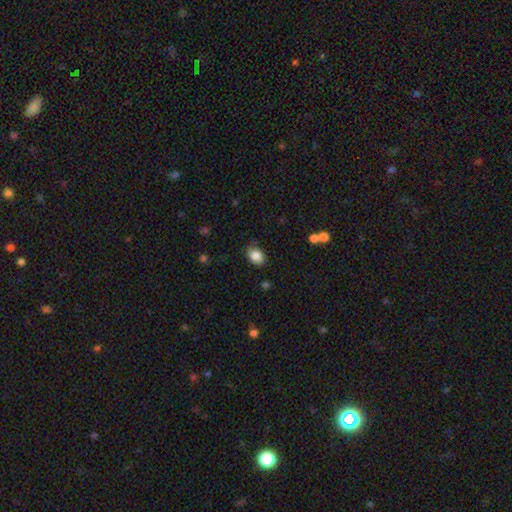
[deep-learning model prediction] A smooth galaxy with no disk features (86%) that is in between round and cigar-shaped (78%).

Vote fractions:
- Smooth or featured? smooth: 86% / star or artifact: 8% / featured or disk: 6%
- How rounded? in between: 78% / round: 21% / cigar-shaped: 1%
- Merging? none: 83% / minor disturbance: 12% / major disturbance: 3% / merger: 2%